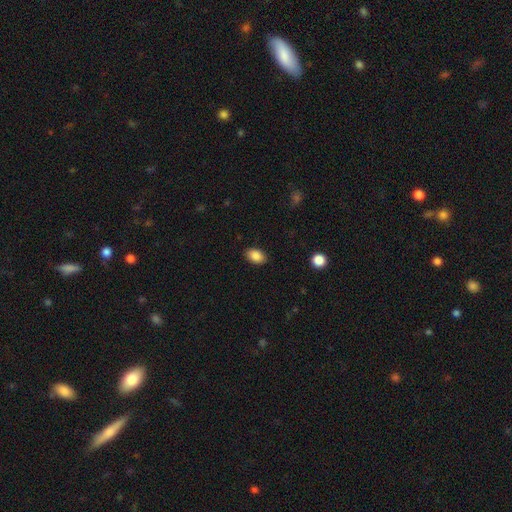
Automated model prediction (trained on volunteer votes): This is clearly a smooth galaxy (88%). How rounded: clearly in between (87%). Merging: clearly none (88%).